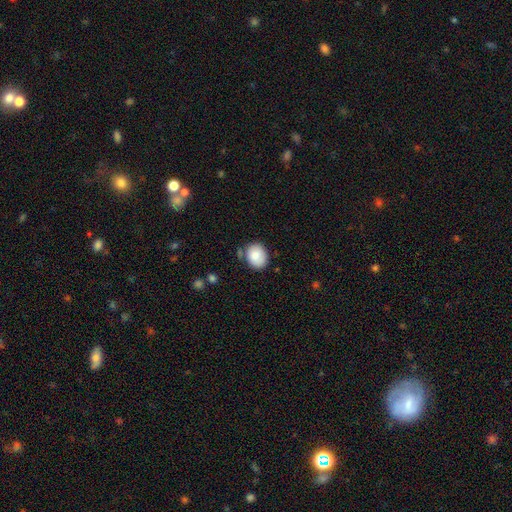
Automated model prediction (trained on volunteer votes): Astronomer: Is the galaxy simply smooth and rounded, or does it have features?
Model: smooth — 85%.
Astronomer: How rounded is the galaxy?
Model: round — 53% (runner-up: in between, 46%).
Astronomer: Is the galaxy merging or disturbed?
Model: none — 74%.